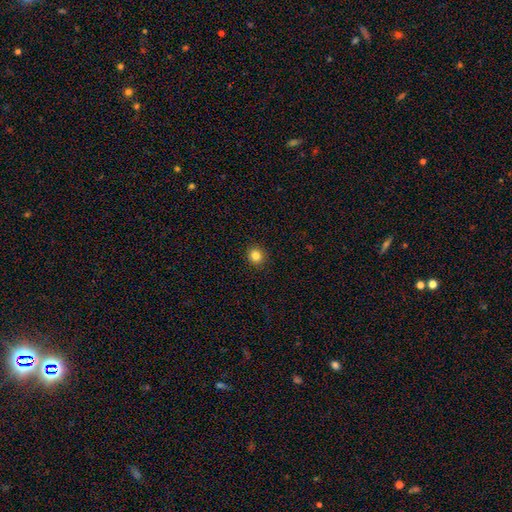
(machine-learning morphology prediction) A smooth galaxy with no disk features (83%) that is round (89%). Merging: none (92%).